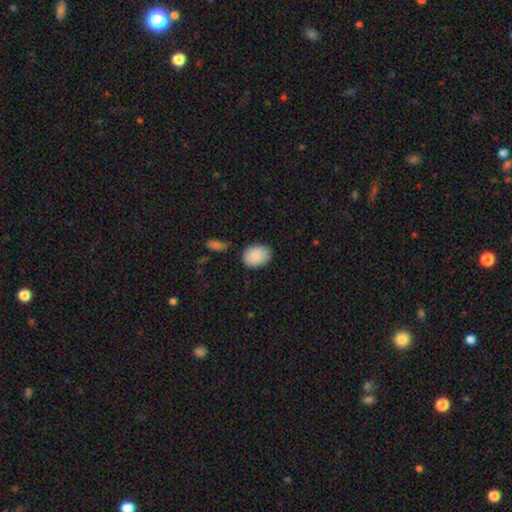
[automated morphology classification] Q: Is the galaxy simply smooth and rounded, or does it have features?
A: smooth — 88%.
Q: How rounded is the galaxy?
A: in between — 80%.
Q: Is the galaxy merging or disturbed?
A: none — 79%.